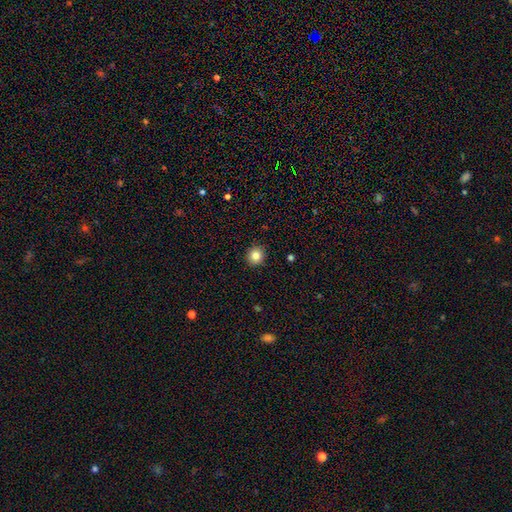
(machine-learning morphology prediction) Smooth or featured: smooth — 84% (star or artifact — 11%)
How rounded: round — 89% (in between — 10%)
Merging: none — 92% (minor disturbance — 5%)